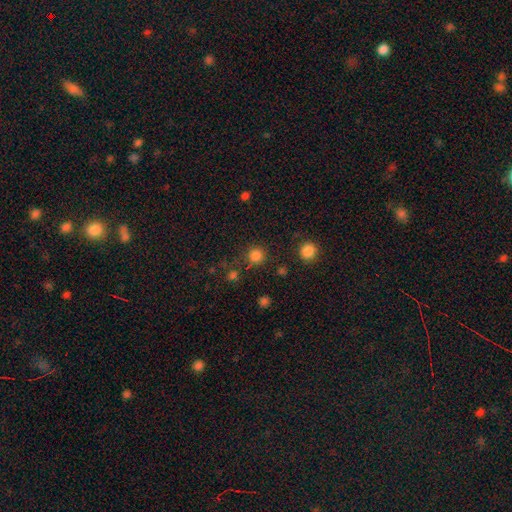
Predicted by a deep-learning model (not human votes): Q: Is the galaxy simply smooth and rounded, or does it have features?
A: smooth — 82%.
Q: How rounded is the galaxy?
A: round — 93%.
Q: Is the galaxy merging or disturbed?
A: none — 83%.